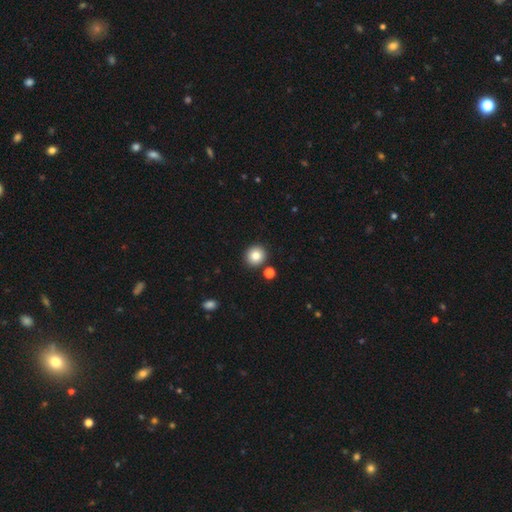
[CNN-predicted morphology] This is clearly a smooth galaxy (83%). How rounded: clearly round (91%). Merging: clearly none (88%).